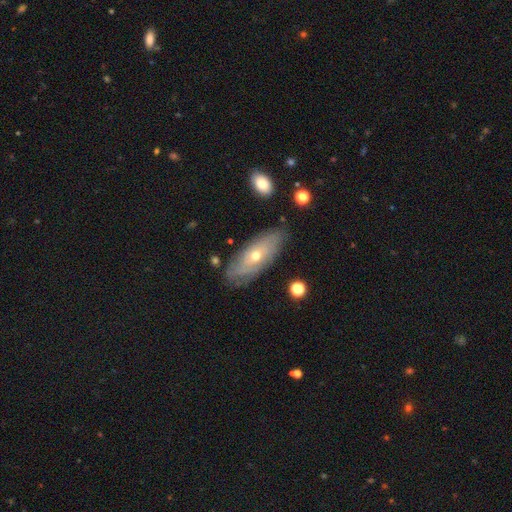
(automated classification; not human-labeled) Overall: featured or disk (61%; smooth 31%). Edge-on disk: no (77%). Merging: none (79%).